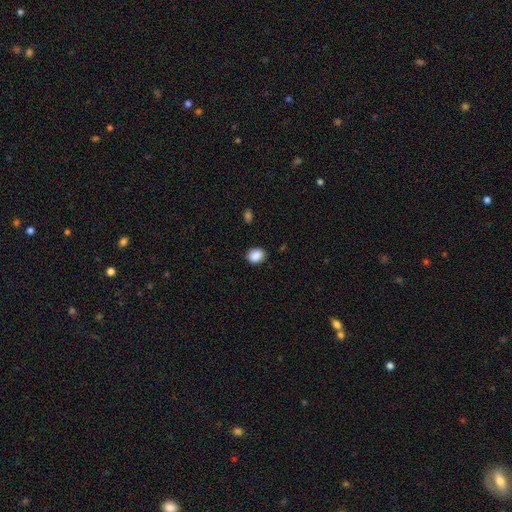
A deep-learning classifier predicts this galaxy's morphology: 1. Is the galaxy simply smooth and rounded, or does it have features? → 88% smooth, 8% star or artifact, 3% featured or disk.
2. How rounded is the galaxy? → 51% round, 48% in between, 1% cigar-shaped.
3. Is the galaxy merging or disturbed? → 86% none, 11% minor disturbance, 3% major disturbance, 1% merger.